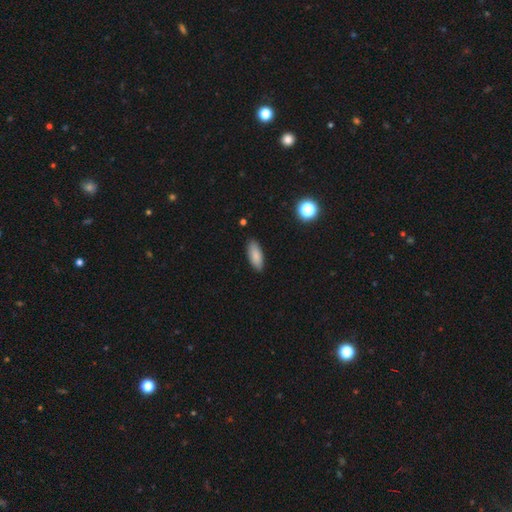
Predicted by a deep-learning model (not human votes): Smooth or featured: smooth — 86% (star or artifact — 7%)
How rounded: in between — 75% (cigar-shaped — 23%)
Merging: none — 88% (minor disturbance — 9%)